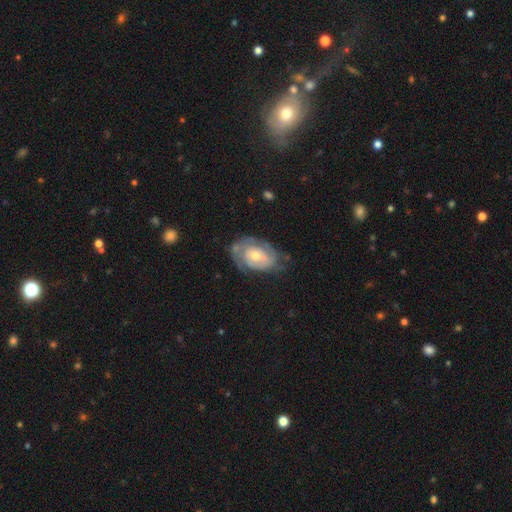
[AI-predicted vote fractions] smooth-or-featured: featured or disk: 72% | smooth: 22% | star or artifact: 6%
  disk-edge-on: no: 96% | yes: 4%
    bar: no: 75% | weak: 21% | strong: 4%
    has-spiral-arms: yes: 74% | no: 26%
      spiral-winding: tight: 65% | medium: 25% | loose: 10%
      spiral-arm-count: can't tell: 44% | 2: 35% | 1: 9% | 3: 6% | 4: 2% | more than 4: 2%
    bulge-size: moderate: 50% | small: 44% | large: 4% | none: 2% | dominant: 1%
  merging: none: 60% | minor disturbance: 25% | major disturbance: 13% | merger: 2%